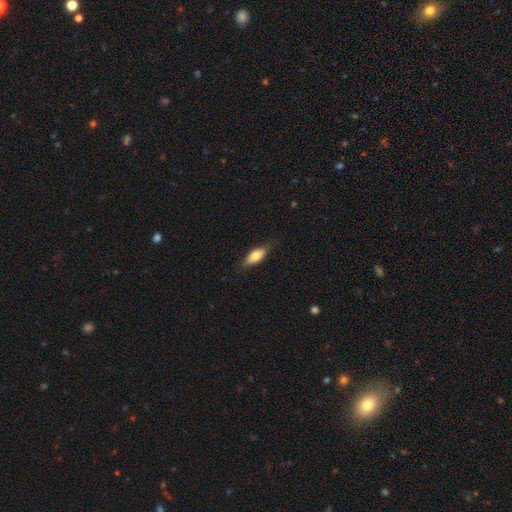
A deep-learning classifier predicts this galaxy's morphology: Smooth or featured: smooth — 66% (featured or disk — 28%)
How rounded: in between — 73% (cigar-shaped — 24%)
Merging: none — 80% (minor disturbance — 16%)